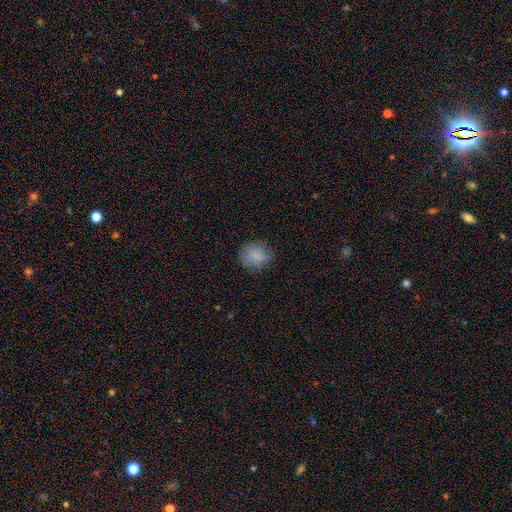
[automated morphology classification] smooth_or_featured: smooth (p=0.83) [alt: star or artifact p=0.09]
how_rounded: round (p=0.76) [alt: in between p=0.23]
merging: none (p=0.78) [alt: minor disturbance p=0.16]